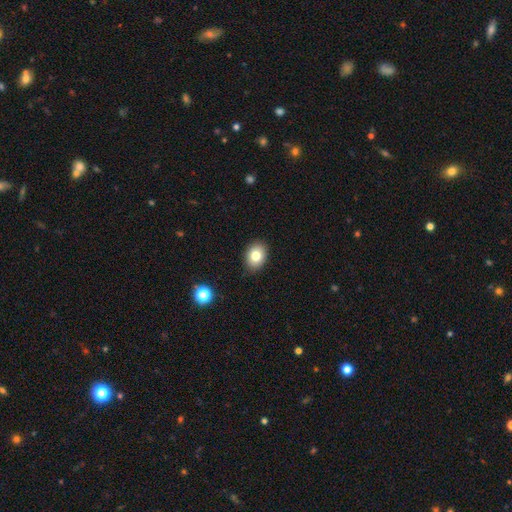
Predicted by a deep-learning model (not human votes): Morphology: type=smooth (80%); roundness=in between (69%); merging=none (88%).